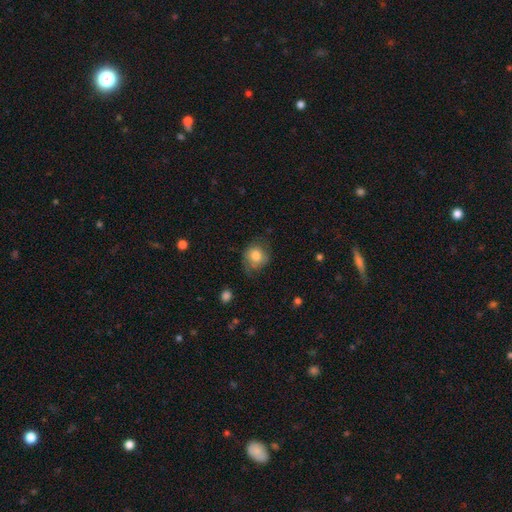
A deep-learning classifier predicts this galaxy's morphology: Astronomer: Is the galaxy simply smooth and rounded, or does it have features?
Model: smooth — 74%.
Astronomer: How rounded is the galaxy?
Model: round — 74%.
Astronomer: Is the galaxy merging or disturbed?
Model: none — 58%.